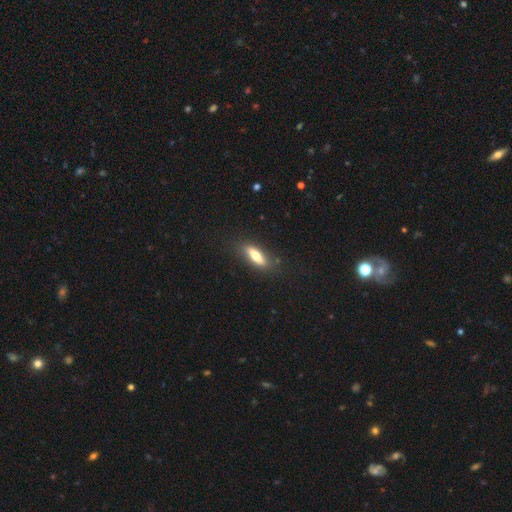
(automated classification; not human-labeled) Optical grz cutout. It shows a smooth galaxy with no disk features (67%) that is in between round and cigar-shaped (53%). Merging: none (80%).